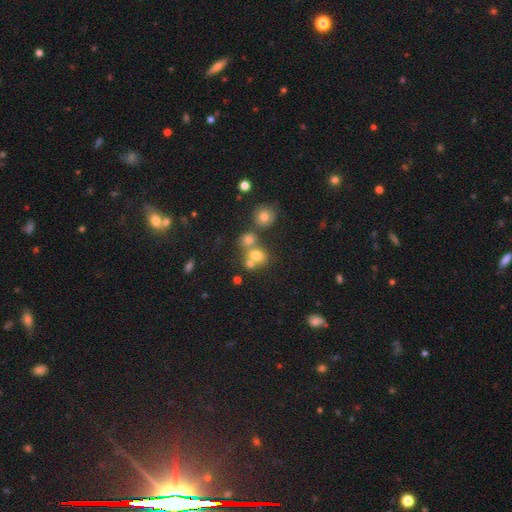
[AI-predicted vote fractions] A smooth galaxy with no disk features (70%) that is round (72%).

Vote fractions:
- Smooth or featured? smooth: 70% / star or artifact: 16% / featured or disk: 14%
- How rounded? round: 72% / in between: 27% / cigar-shaped: 1%
- Merging? none: 44% / merger: 42% / minor disturbance: 9% / major disturbance: 5%